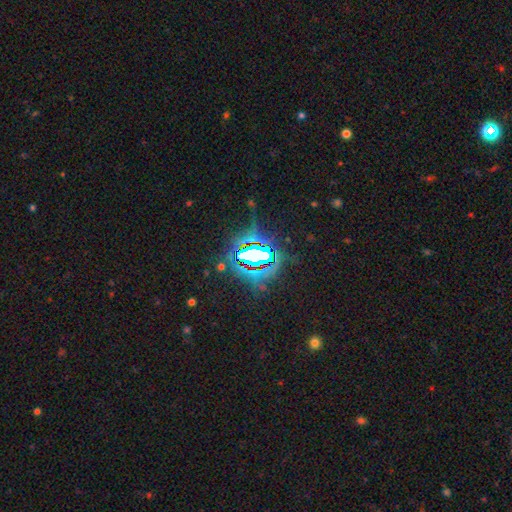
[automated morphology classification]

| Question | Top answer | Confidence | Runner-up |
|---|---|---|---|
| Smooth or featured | star or artifact | 76% | featured or disk (12%) |